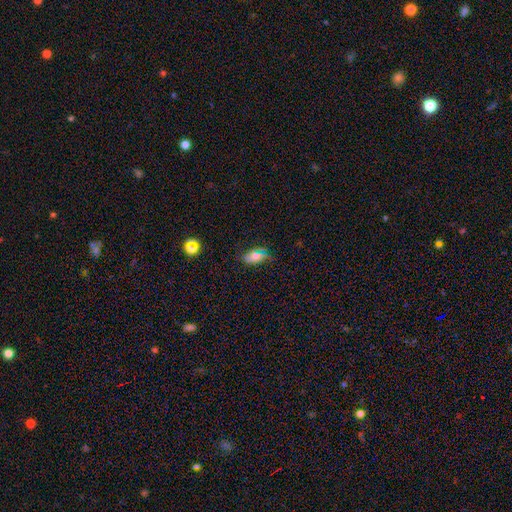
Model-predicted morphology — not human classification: type=smooth (64%); roundness=in between (86%); merging=none (68%).